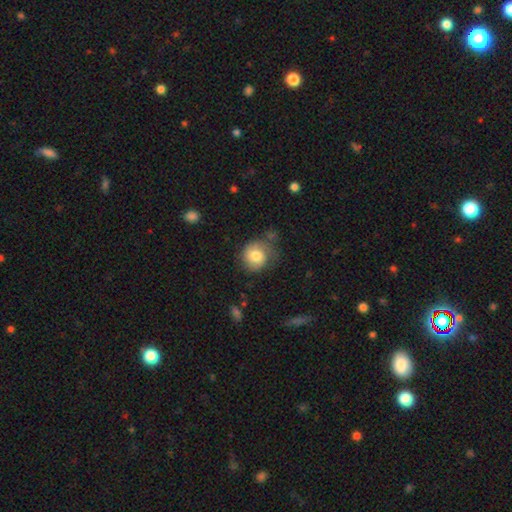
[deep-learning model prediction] Smooth or featured? Predicted: smooth (p=0.70). How rounded? Predicted: round (p=0.81). Merging? Predicted: none (p=0.57).